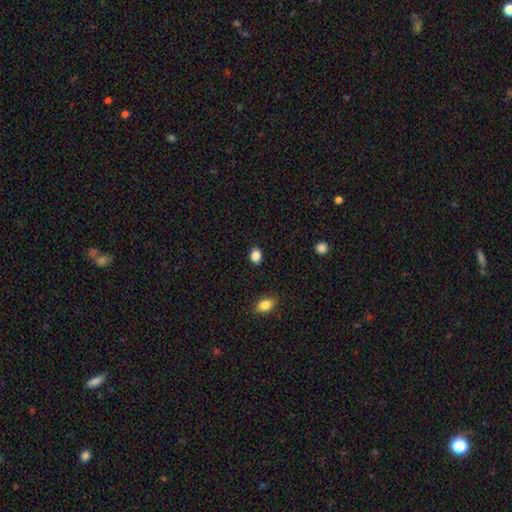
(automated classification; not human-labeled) A smooth galaxy with no disk features (87%) that is in between round and cigar-shaped (58%). Merging: none (88%).